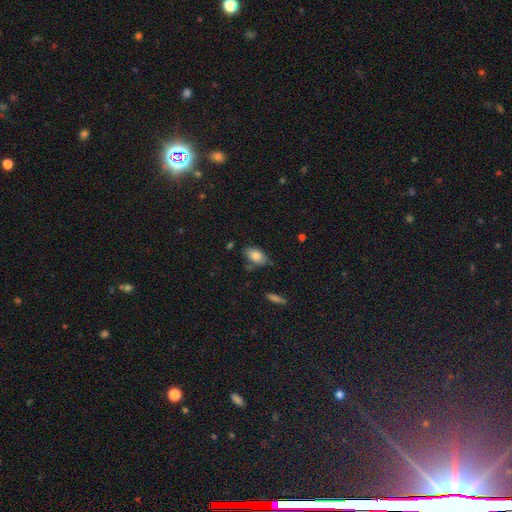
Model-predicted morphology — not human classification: This is clearly a smooth galaxy (81%). How rounded: clearly in between (92%). Merging: likely none (70%).